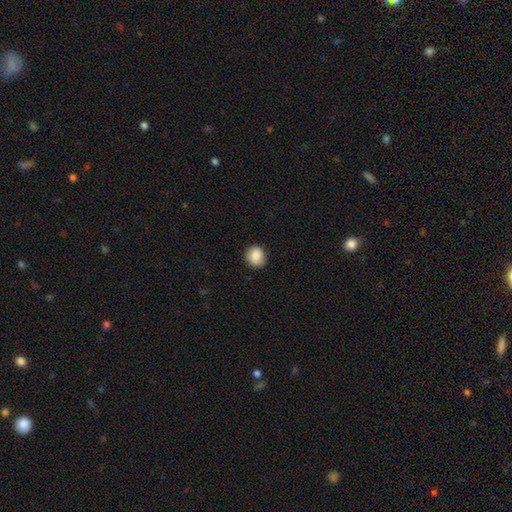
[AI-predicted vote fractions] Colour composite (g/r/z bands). It shows a smooth galaxy with no disk features (86%) that is round (85%). Merging: none (87%).